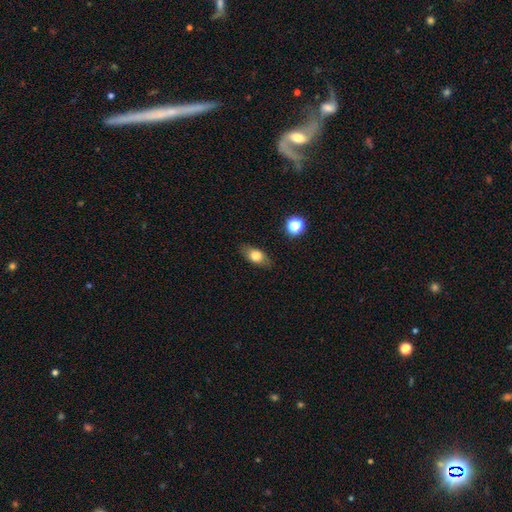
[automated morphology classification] A smooth galaxy with no disk features (73%) that is in between round and cigar-shaped (79%). Merging: none (83%).